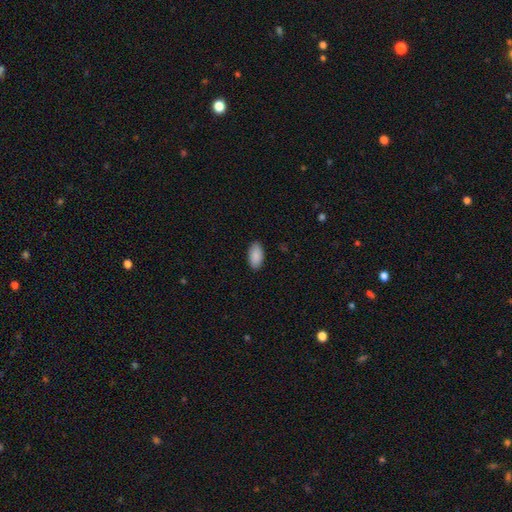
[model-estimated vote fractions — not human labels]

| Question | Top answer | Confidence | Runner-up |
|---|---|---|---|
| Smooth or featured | smooth | 90% | star or artifact (6%) |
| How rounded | in between | 94% | cigar-shaped (4%) |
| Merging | none | 89% | minor disturbance (8%) |